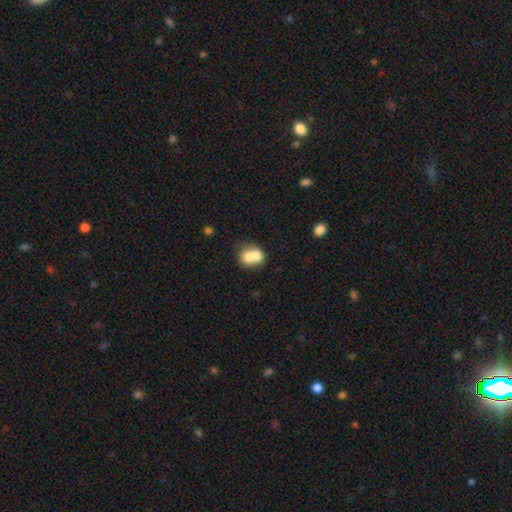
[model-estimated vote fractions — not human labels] Smooth or featured?
  - smooth: 69% *
  - featured or disk: 22%
  - star or artifact: 9%
How rounded?
  - round: 62% *
  - in between: 37%
  - cigar-shaped: 1%
Merging?
  - merger: 68% *
  - none: 23%
  - minor disturbance: 6%
  - major disturbance: 3%